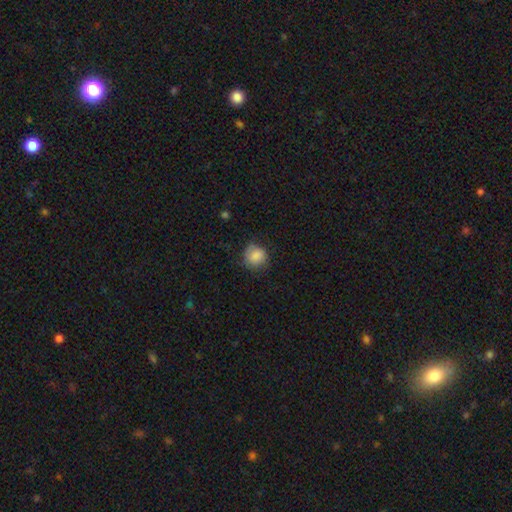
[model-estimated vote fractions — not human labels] Q: Smooth or featured?
A: smooth (84%); runner-up: star or artifact (8%)
Q: How rounded?
A: round (84%); runner-up: in between (15%)
Q: Merging?
A: none (68%); runner-up: minor disturbance (24%)